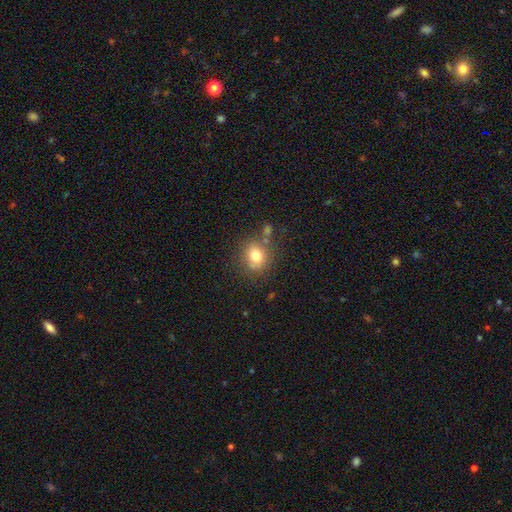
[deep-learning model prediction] smooth 77%, star or artifact 12%, featured or disk 11%. Down the decision tree: how rounded — round (70%); merging — none (71%).